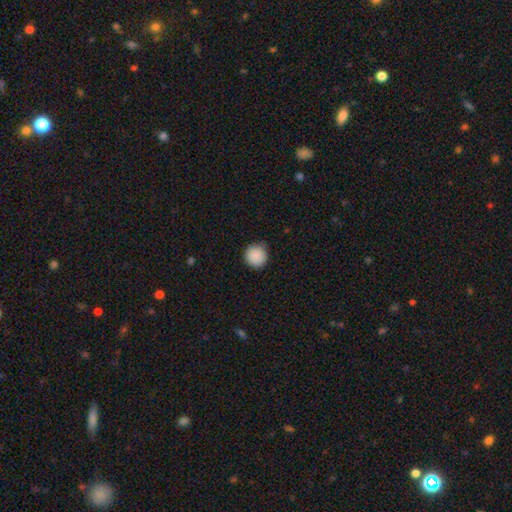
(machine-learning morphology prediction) Smooth or featured? Predicted: smooth (p=0.89). How rounded? Predicted: round (p=0.95). Merging? Predicted: none (p=0.87).